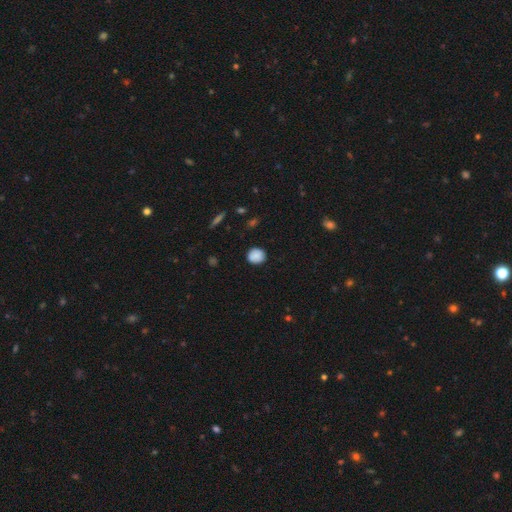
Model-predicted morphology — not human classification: This is clearly a smooth galaxy (87%). How rounded: clearly round (82%). Merging: clearly none (85%).